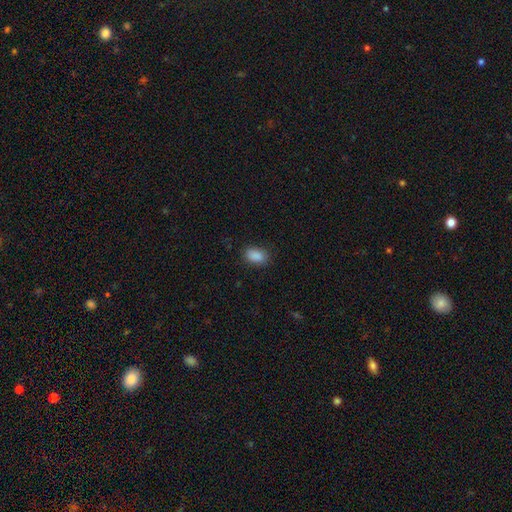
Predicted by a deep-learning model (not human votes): Smooth or featured?
  - smooth: 89% *
  - star or artifact: 8%
  - featured or disk: 3%
How rounded?
  - in between: 88% *
  - round: 10%
  - cigar-shaped: 2%
Merging?
  - none: 84% *
  - minor disturbance: 12%
  - major disturbance: 3%
  - merger: 1%